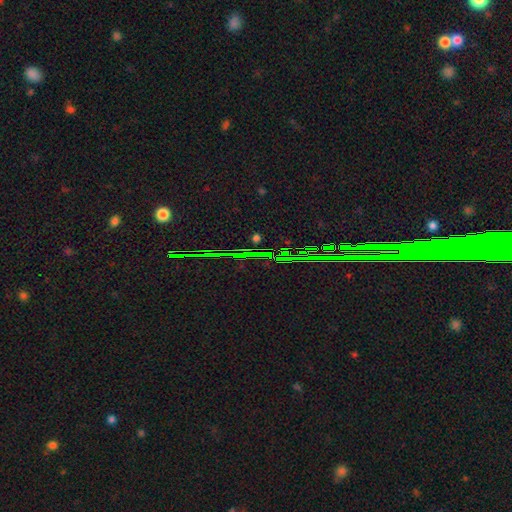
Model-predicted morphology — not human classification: This appears to be a star or artifact, not a galaxy (82%).